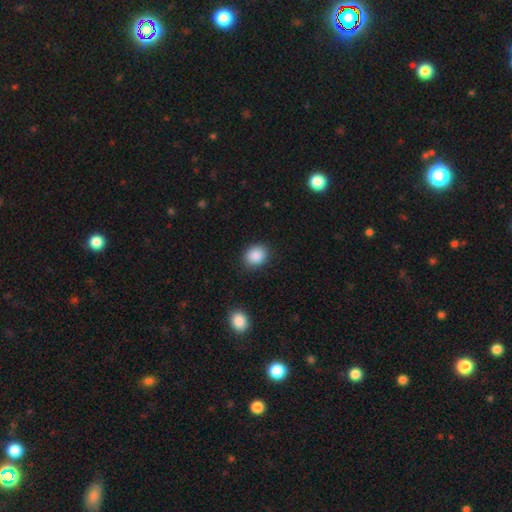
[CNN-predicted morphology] Smooth or featured? smooth (89%)
How rounded? round (60%)
Merging? none (87%)